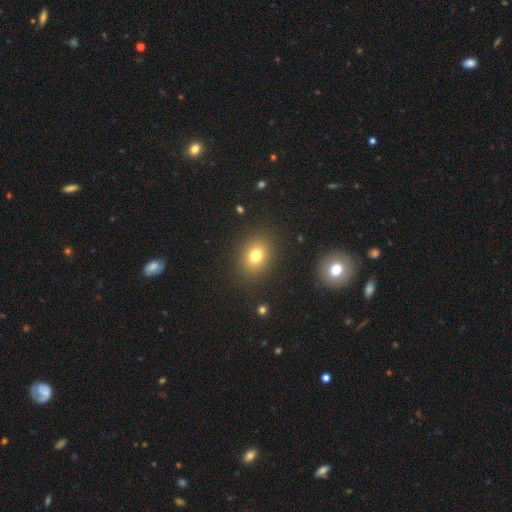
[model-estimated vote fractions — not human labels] smooth_or_featured: smooth (p=0.77) [alt: star or artifact p=0.13]
how_rounded: round (p=0.51) [alt: in between p=0.48]
merging: none (p=0.87) [alt: minor disturbance p=0.08]